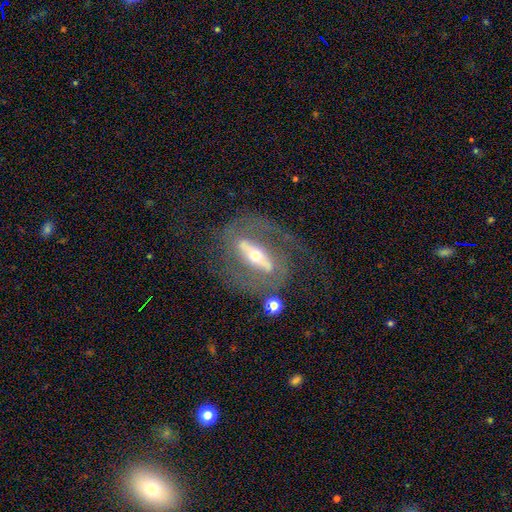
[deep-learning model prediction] Smooth or featured?
  - featured or disk: 85% *
  - smooth: 9%
  - star or artifact: 6%
Edge-on disk?
  - no: 87% *
  - yes: 13%
Bar?
  - strong: 71% *
  - weak: 17%
  - no: 12%
Spiral arms?
  - yes: 83% *
  - no: 17%
Spiral winding?
  - medium: 48% *
  - tight: 31%
  - loose: 22%
Spiral arm count?
  - 2: 83% *
  - can't tell: 8%
  - 1: 5%
  - 3: 2%
  - 4: 1%
  - more than 4: 1%
Bulge size?
  - small: 48% *
  - moderate: 46%
  - large: 4%
  - dominant: 1%
  - none: 1%
Merging?
  - none: 60% *
  - major disturbance: 20%
  - minor disturbance: 16%
  - merger: 4%